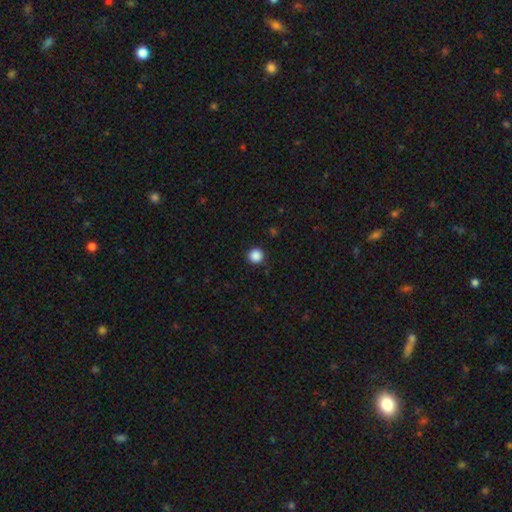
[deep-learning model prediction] The model was most divided on "smooth or featured": smooth: 87%, star or artifact: 10%, featured or disk: 2%. More confident: how rounded — round (95%); merging — none (90%).